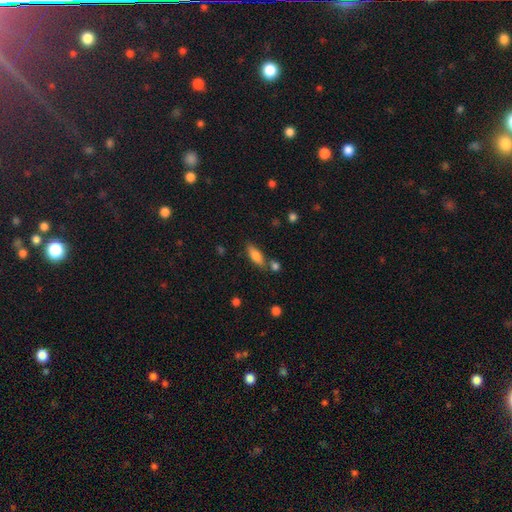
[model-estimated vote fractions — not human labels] A smooth galaxy with no disk features (80%) that is in between round and cigar-shaped (66%).

Vote fractions:
- Smooth or featured? smooth: 80% / featured or disk: 12% / star or artifact: 8%
- How rounded? in between: 66% / cigar-shaped: 31% / round: 3%
- Merging? none: 69% / minor disturbance: 13% / merger: 13% / major disturbance: 4%